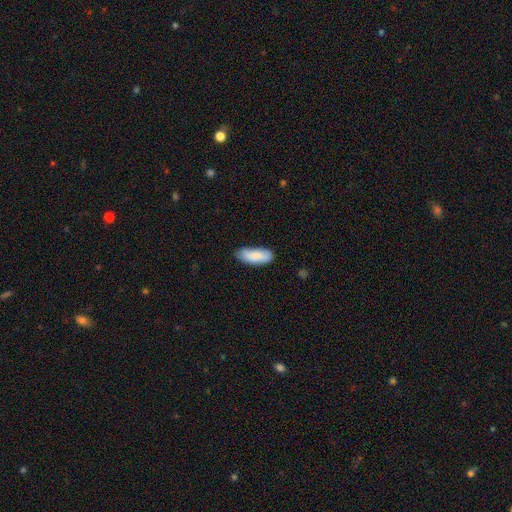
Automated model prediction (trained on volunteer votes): smooth 84%, featured or disk 10%, star or artifact 6%. Down the decision tree: how rounded — in between (76%); merging — none (73%).